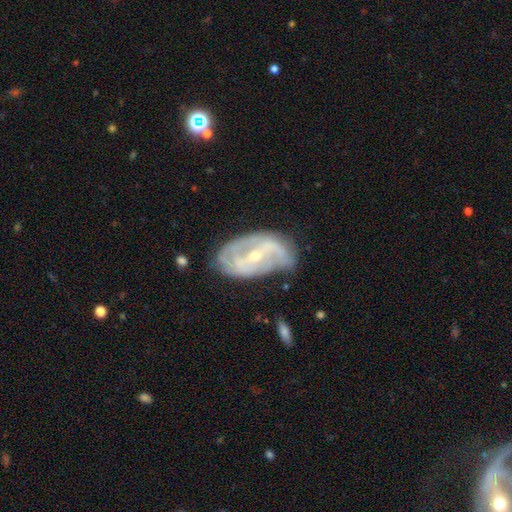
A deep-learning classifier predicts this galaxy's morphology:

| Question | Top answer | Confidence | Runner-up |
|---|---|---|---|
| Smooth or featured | featured or disk | 82% | smooth (12%) |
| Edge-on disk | no | 95% | yes (5%) |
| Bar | strong | 40% | weak (38%) |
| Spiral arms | yes | 81% | no (19%) |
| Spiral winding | medium | 39% | tight (37%) |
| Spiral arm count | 2 | 58% | can't tell (25%) |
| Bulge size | small | 63% | moderate (34%) |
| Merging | none | 57% | minor disturbance (28%) |